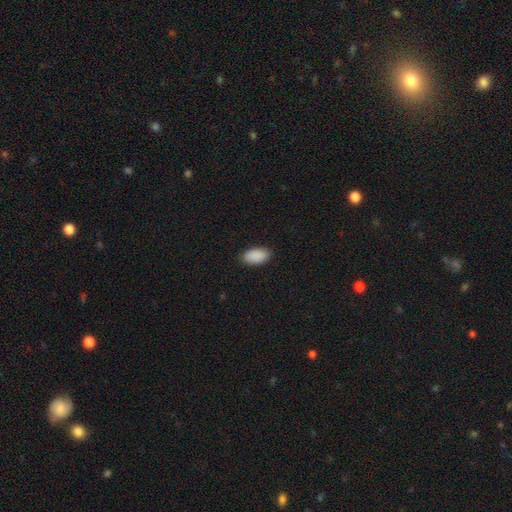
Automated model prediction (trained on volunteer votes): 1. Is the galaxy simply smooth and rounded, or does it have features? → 91% smooth, 6% star or artifact, 3% featured or disk.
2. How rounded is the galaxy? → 95% in between, 3% round, 2% cigar-shaped.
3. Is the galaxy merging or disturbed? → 89% none, 8% minor disturbance, 2% major disturbance, 1% merger.